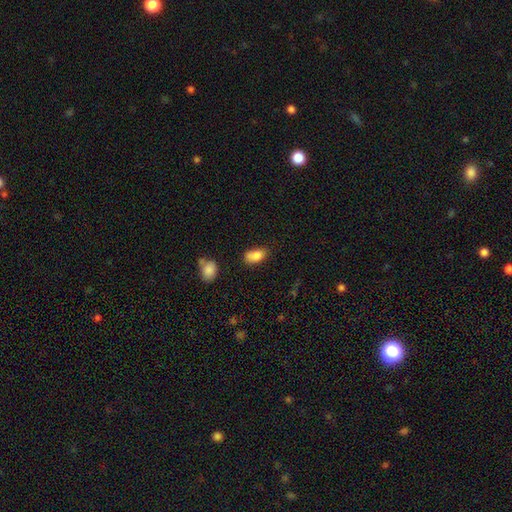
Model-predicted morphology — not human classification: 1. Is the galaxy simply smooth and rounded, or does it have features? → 83% smooth, 9% star or artifact, 8% featured or disk.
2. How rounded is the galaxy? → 88% in between, 8% round, 4% cigar-shaped.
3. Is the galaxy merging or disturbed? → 51% none, 30% minor disturbance, 11% merger, 8% major disturbance.